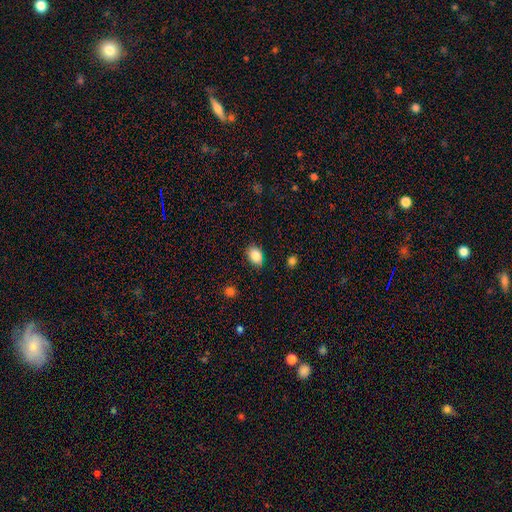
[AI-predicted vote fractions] The model was most divided on "how rounded": in between: 82%, round: 17%, cigar-shaped: 1%. More confident: smooth or featured — smooth (86%); merging — none (83%).